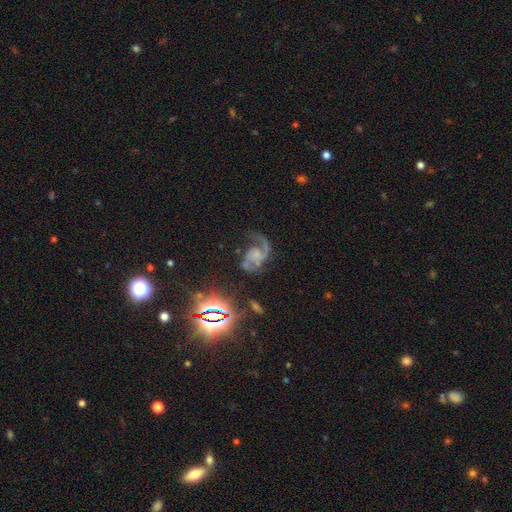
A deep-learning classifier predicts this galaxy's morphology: This appears to be a featured or disk galaxy (78%) with no bar (70%), 2 (54%) medium (44%) spiral arms (93%) and a small central bulge (36%). Merging: none (41%).